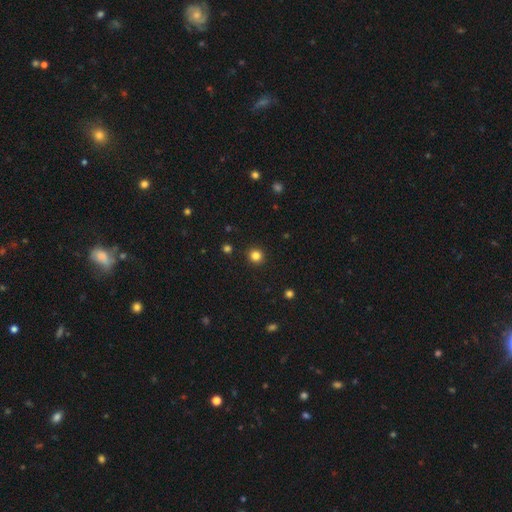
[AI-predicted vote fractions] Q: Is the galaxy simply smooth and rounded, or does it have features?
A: smooth — 82%.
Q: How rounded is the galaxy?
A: round — 93%.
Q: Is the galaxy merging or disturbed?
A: none — 92%.